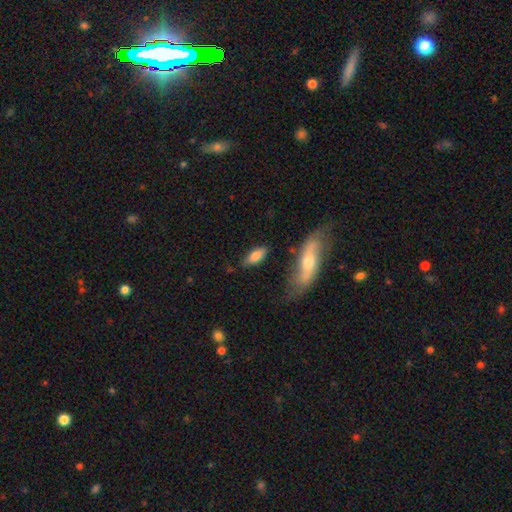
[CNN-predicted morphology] The model was most divided on "smooth or featured": smooth: 73%, featured or disk: 21%, star or artifact: 7%. More confident: how rounded — in between (76%); merging — none (73%).